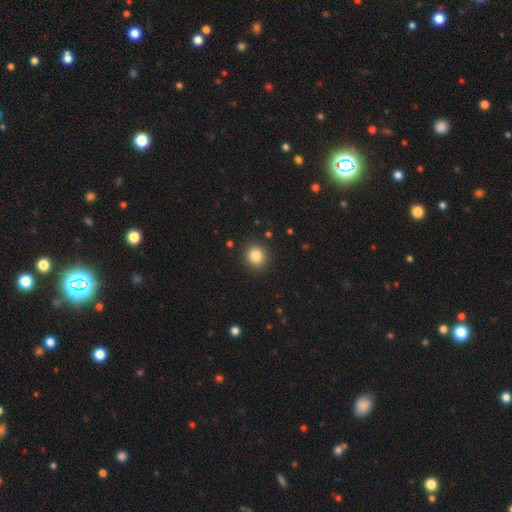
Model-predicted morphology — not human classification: Smooth or featured: smooth — 84% (star or artifact — 11%)
How rounded: round — 89% (in between — 10%)
Merging: none — 91% (minor disturbance — 6%)